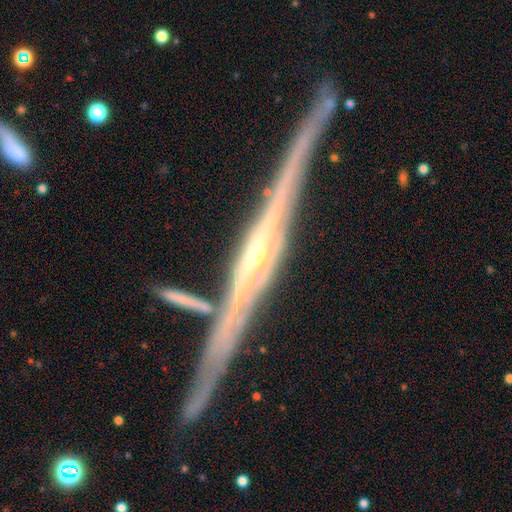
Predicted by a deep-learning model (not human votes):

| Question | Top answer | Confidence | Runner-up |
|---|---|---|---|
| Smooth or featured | featured or disk | 89% | star or artifact (6%) |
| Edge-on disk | yes | 98% | no (2%) |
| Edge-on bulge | rounded | 55% | none (30%) |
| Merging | none | 85% | minor disturbance (9%) |